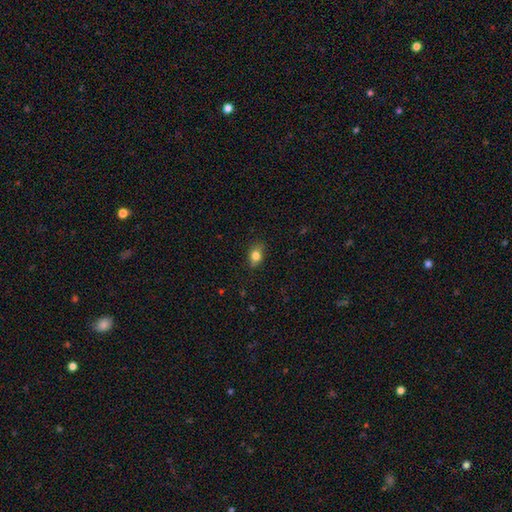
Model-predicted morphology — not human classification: smooth_or_featured: smooth (p=0.79) [alt: featured or disk p=0.11]
how_rounded: in between (p=0.70) [alt: round p=0.27]
merging: none (p=0.76) [alt: minor disturbance p=0.19]